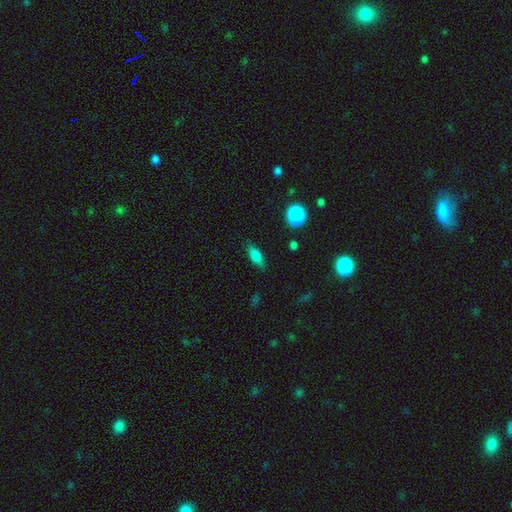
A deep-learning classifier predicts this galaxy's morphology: Overall: smooth (72%). How rounded: in between (65%; cigar-shaped 30%). Merging: none (84%).